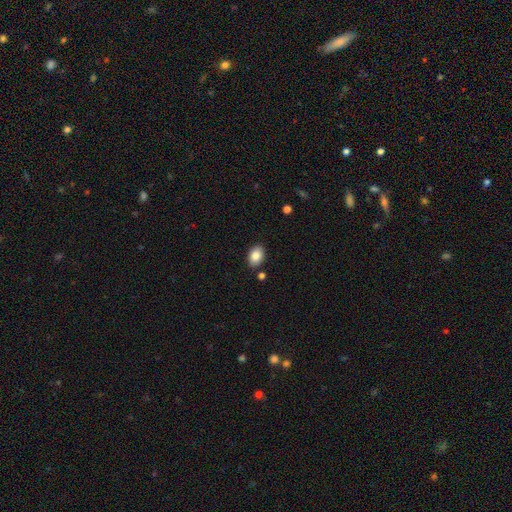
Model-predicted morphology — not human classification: The model was most divided on "how rounded": in between: 84%, round: 15%, cigar-shaped: 1%. More confident: smooth or featured — smooth (86%); merging — none (85%).